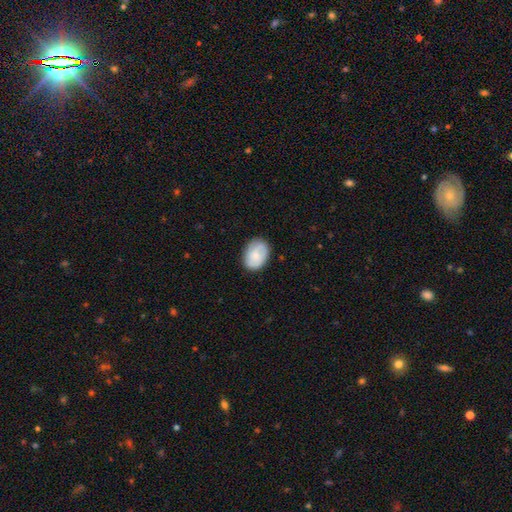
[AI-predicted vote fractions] This is likely a smooth galaxy (67%). How rounded: likely in between (74%). Merging: likely none (80%).